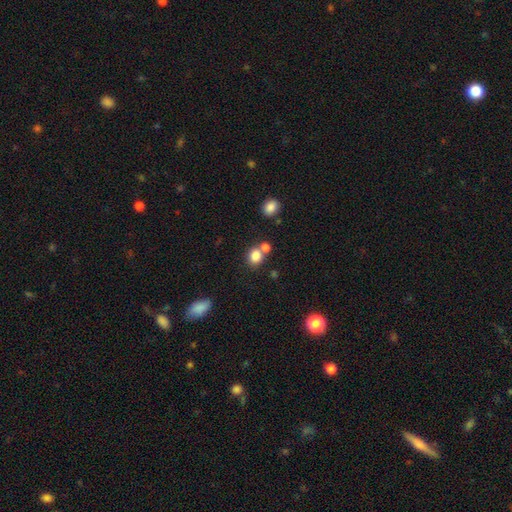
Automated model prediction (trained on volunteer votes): A smooth galaxy with no disk features (82%) that is round (72%).

Vote fractions:
- Smooth or featured? smooth: 82% / star or artifact: 11% / featured or disk: 7%
- How rounded? round: 72% / in between: 27% / cigar-shaped: 1%
- Merging? none: 56% / merger: 32% / minor disturbance: 9% / major disturbance: 3%